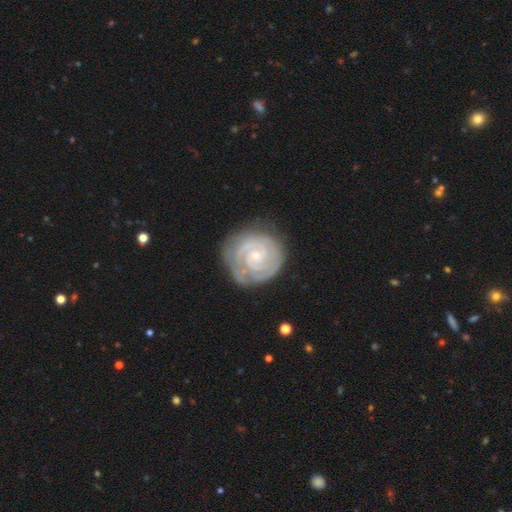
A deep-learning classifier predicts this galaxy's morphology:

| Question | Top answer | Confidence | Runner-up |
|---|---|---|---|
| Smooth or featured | featured or disk | 87% | smooth (8%) |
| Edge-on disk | no | 98% | yes (2%) |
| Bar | no | 70% | weak (24%) |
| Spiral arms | yes | 97% | no (3%) |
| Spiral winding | tight | 81% | medium (17%) |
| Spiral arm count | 2 | 50% | can't tell (18%) |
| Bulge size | small | 81% | moderate (15%) |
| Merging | none | 76% | minor disturbance (17%) |